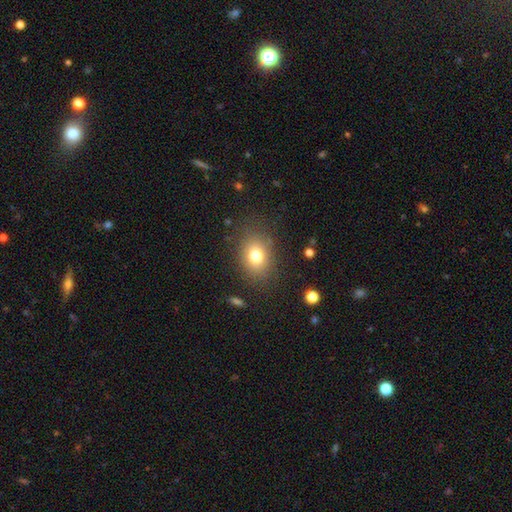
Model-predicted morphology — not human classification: type=smooth (76%); roundness=in between (59%); merging=none (82%).